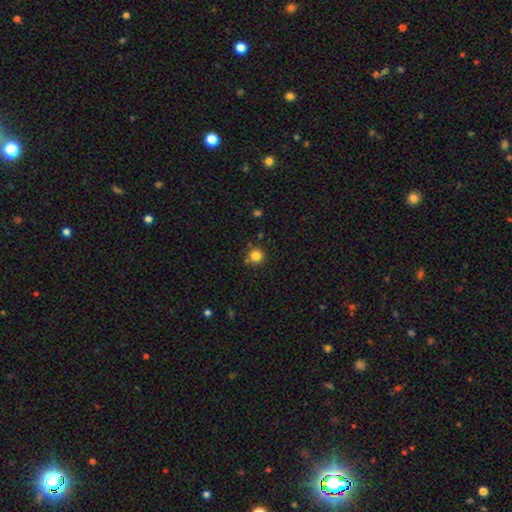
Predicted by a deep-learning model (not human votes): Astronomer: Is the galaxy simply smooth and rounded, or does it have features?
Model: smooth — 82%.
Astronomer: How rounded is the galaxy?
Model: round — 94%.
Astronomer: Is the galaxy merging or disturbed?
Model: none — 81%.